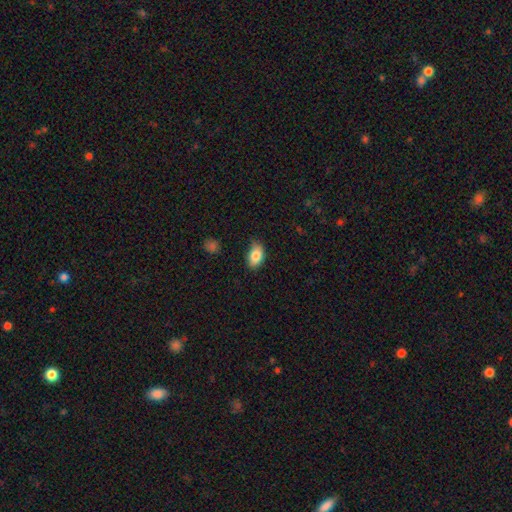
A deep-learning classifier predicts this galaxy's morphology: A smooth galaxy with no disk features (84%) that is in between round and cigar-shaped (89%).

Vote fractions:
- Smooth or featured? smooth: 84% / featured or disk: 8% / star or artifact: 8%
- How rounded? in between: 89% / round: 9% / cigar-shaped: 2%
- Merging? none: 70% / minor disturbance: 25% / major disturbance: 4% / merger: 2%